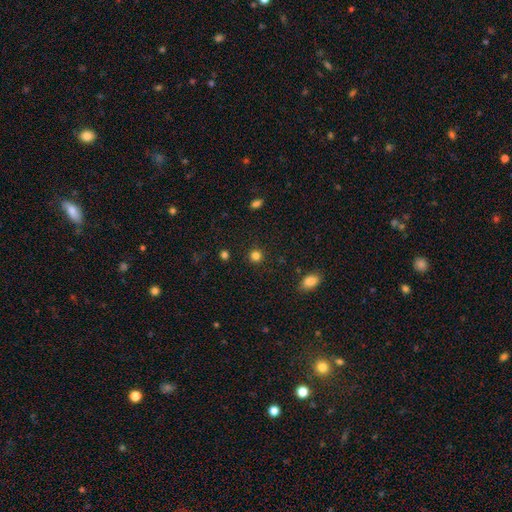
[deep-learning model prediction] smooth 82%, star or artifact 14%, featured or disk 4%. Down the decision tree: how rounded — round (93%); merging — none (90%).